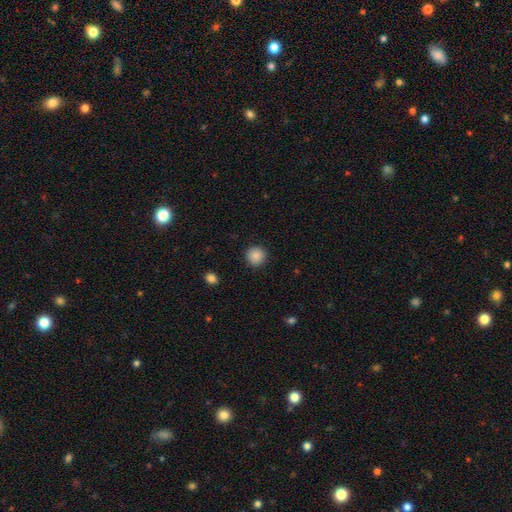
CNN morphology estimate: type=smooth (88%); roundness=round (93%); merging=none (91%).